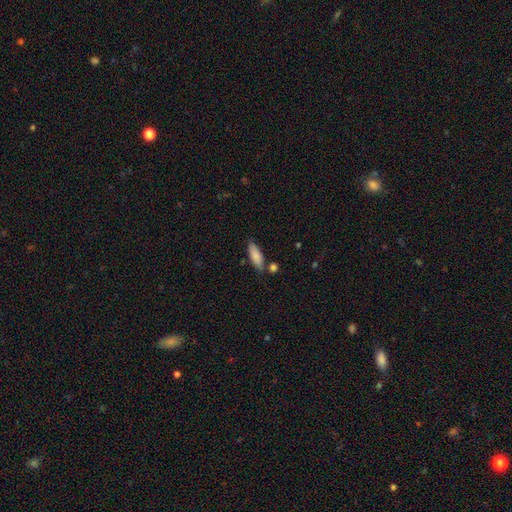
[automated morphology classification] Smooth or featured?
  - smooth: 84% *
  - featured or disk: 10%
  - star or artifact: 6%
How rounded?
  - in between: 60% *
  - cigar-shaped: 38%
  - round: 2%
Merging?
  - none: 75% *
  - minor disturbance: 15%
  - merger: 8%
  - major disturbance: 3%